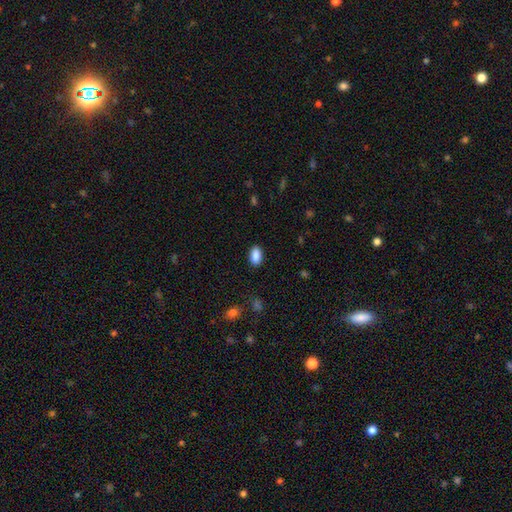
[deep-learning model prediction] smooth 89%, star or artifact 8%, featured or disk 3%. Down the decision tree: how rounded — in between (92%); merging — none (88%).